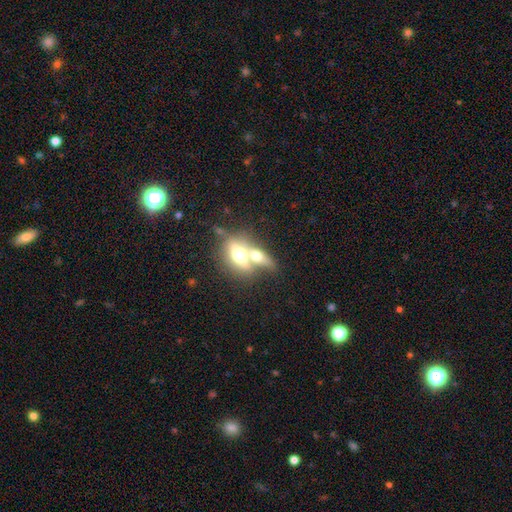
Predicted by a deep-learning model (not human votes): smooth_or_featured: smooth (p=0.53) [alt: featured or disk p=0.39]
how_rounded: in between (p=0.69) [alt: cigar-shaped p=0.17]
merging: merger (p=0.64) [alt: none p=0.24]